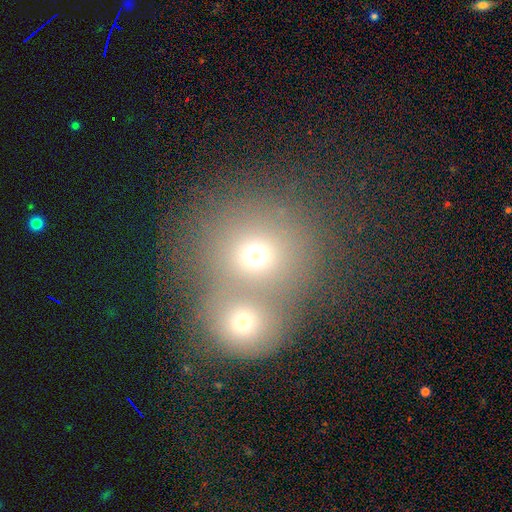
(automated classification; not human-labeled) A smooth galaxy with no disk features (68%) that is round (84%).

Vote fractions:
- Smooth or featured? smooth: 68% / star or artifact: 17% / featured or disk: 16%
- How rounded? round: 84% / in between: 15% / cigar-shaped: 1%
- Merging? merger: 61% / none: 30% / minor disturbance: 6% / major disturbance: 3%